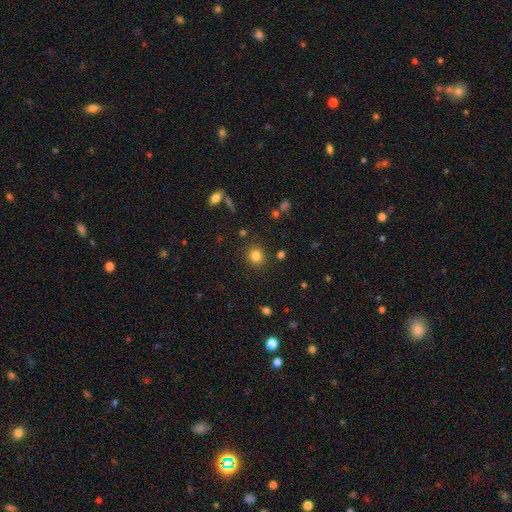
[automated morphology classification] smooth-or-featured: smooth: 82% | star or artifact: 13% | featured or disk: 6%
  how-rounded: round: 84% | in between: 15% | cigar-shaped: 1%
  merging: none: 88% | minor disturbance: 7% | major disturbance: 3% | merger: 2%